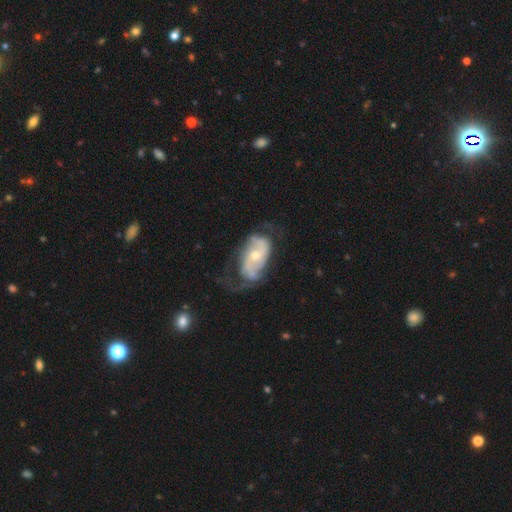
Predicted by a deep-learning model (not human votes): A featured or disk galaxy (76%) with no bar (64%), 2 (61%) medium (38%) spiral arms (83%) and a moderate central bulge (50%). Merging: none (42%).